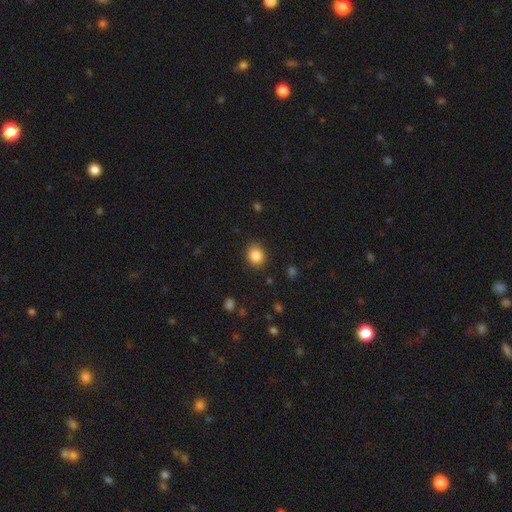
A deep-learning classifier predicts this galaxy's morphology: A smooth galaxy with no disk features (86%) that is round (64%).

Vote fractions:
- Smooth or featured? smooth: 86% / star or artifact: 10% / featured or disk: 4%
- How rounded? round: 64% / in between: 35% / cigar-shaped: 1%
- Merging? none: 86% / minor disturbance: 10% / major disturbance: 3% / merger: 1%